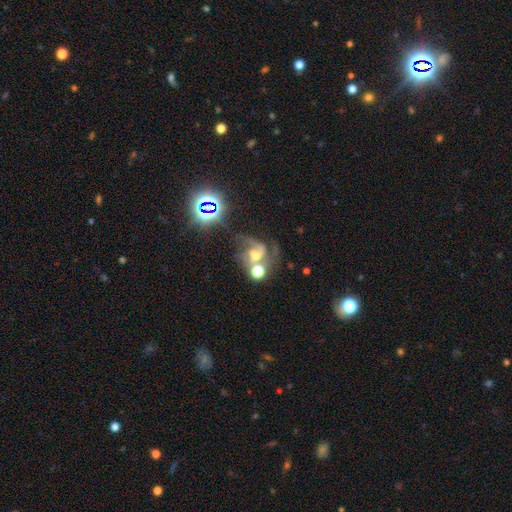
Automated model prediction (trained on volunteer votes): Smooth or featured? Predicted: featured or disk (p=0.54). Edge-on disk? Predicted: no (p=0.97). Bar? Predicted: no (p=0.52). Spiral arms? Predicted: yes (p=0.80). Bulge size? Predicted: moderate (p=0.47). Merging? Predicted: merger (p=0.38).